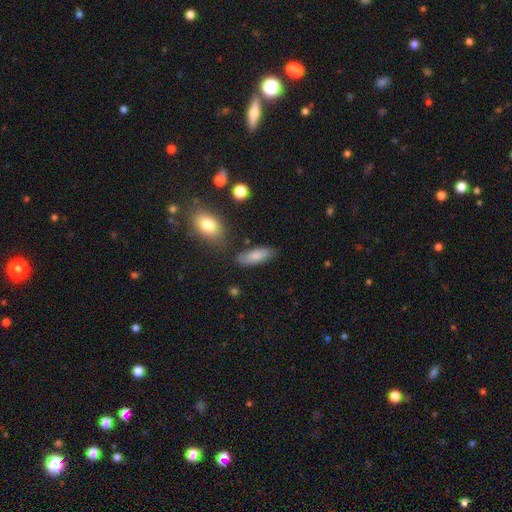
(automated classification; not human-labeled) A smooth galaxy with no disk features (81%) that is in between round and cigar-shaped (76%). Merging: none (76%).